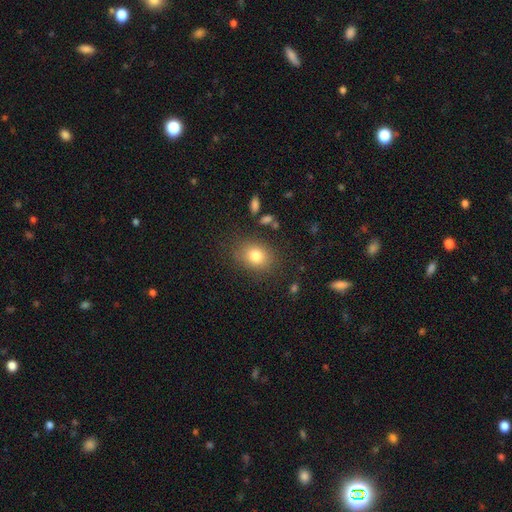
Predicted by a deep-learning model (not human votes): This appears to be a smooth galaxy with no disk features (80%) that is in between round and cigar-shaped (55%). Merging: none (81%).